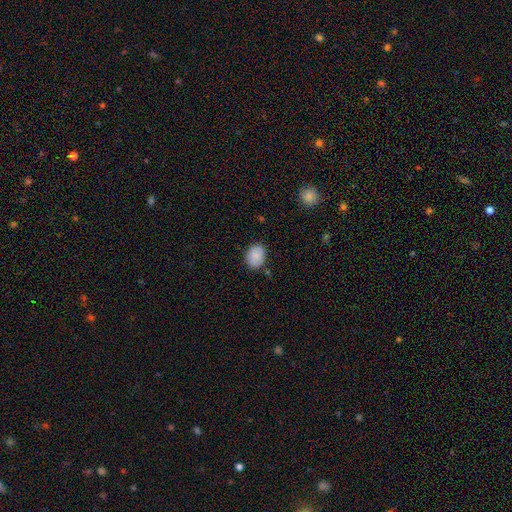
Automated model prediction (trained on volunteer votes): A smooth galaxy with no disk features (88%) that is in between round and cigar-shaped (61%). Merging: none (82%).